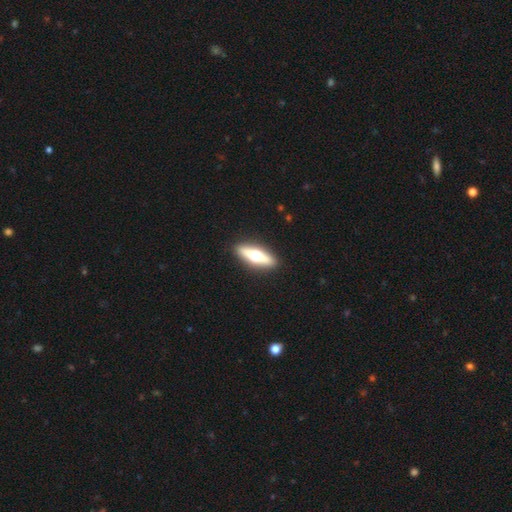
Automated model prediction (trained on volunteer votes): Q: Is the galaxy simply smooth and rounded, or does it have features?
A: featured or disk — 54%.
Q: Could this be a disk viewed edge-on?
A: yes — 90%.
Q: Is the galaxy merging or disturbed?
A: none — 91%.